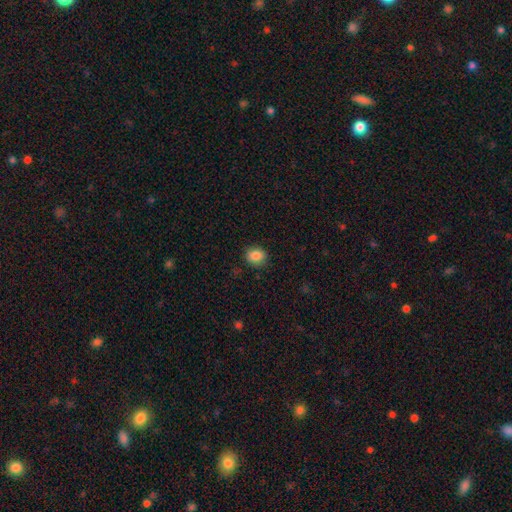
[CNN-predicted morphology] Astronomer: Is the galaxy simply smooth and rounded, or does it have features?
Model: smooth — 86%.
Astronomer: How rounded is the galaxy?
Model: round — 68%.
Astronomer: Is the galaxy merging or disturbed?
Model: none — 87%.